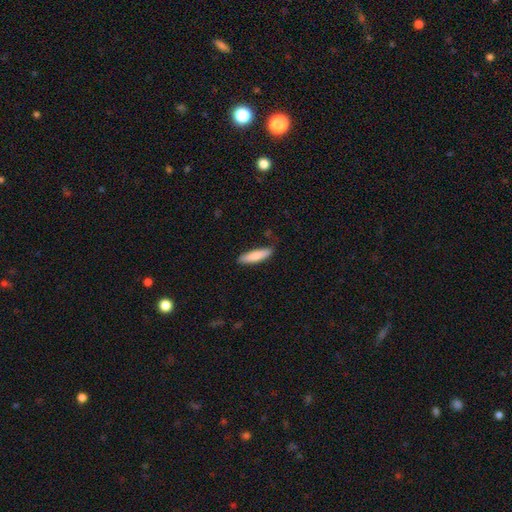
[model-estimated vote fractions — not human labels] This appears to be a smooth galaxy with no disk features (82%) that is cigar-shaped (72%). Merging: none (83%).